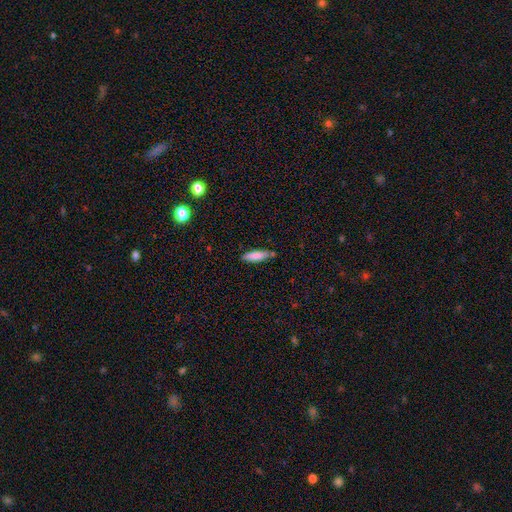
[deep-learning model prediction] This is clearly a smooth galaxy (82%). How rounded: possibly cigar-shaped (57%). Merging: likely none (72%).